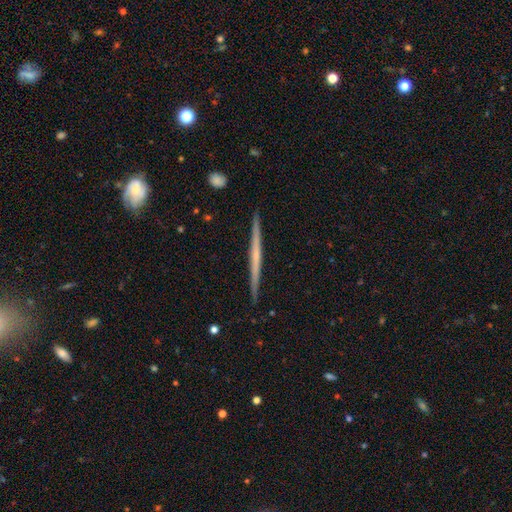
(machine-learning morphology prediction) A featured or disk galaxy (65%) viewed edge-on (98%) with no central bulge (79%).

Vote fractions:
- Smooth or featured? featured or disk: 65% / smooth: 30% / star or artifact: 6%
- Edge-on disk? yes: 98% / no: 2%
- Edge-on bulge? none: 79% / rounded: 15% / boxy: 5%
- Merging? none: 92% / minor disturbance: 6% / major disturbance: 1% / merger: 1%